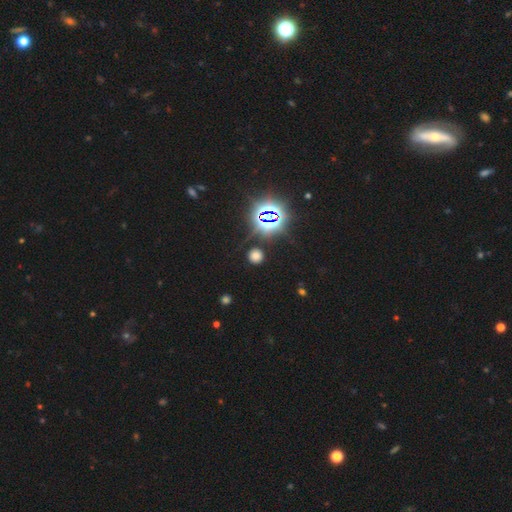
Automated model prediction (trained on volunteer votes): Smooth or featured? smooth (60%)
How rounded? round (92%)
Merging? none (87%)